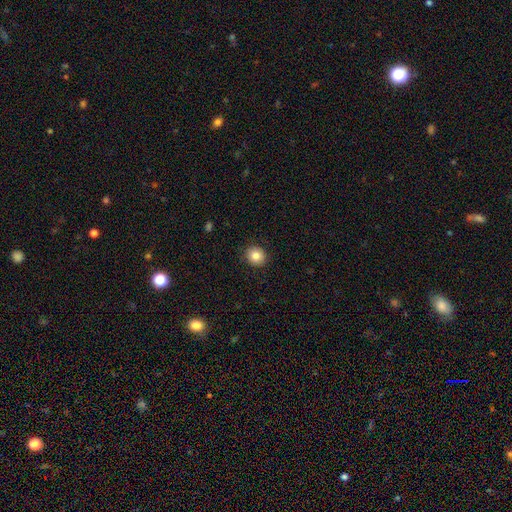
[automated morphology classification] smooth-or-featured: smooth: 83% | star or artifact: 10% | featured or disk: 7%
  how-rounded: round: 82% | in between: 17% | cigar-shaped: 1%
  merging: none: 90% | minor disturbance: 7% | major disturbance: 2% | merger: 1%